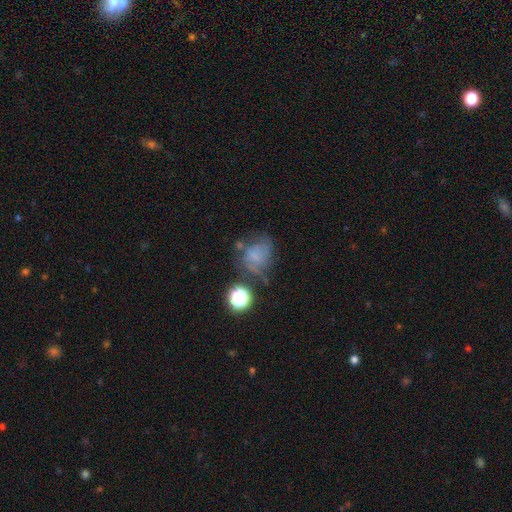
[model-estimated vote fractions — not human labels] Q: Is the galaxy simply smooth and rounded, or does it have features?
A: smooth — 45%.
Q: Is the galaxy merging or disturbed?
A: none — 41%.